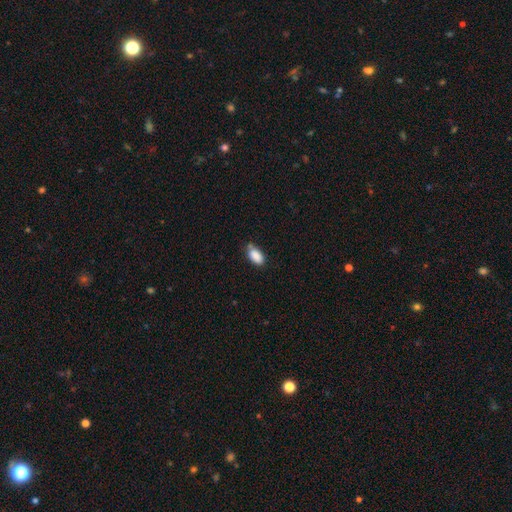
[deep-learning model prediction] Overall: smooth (88%). How rounded: in between (93%). Merging: none (68%).